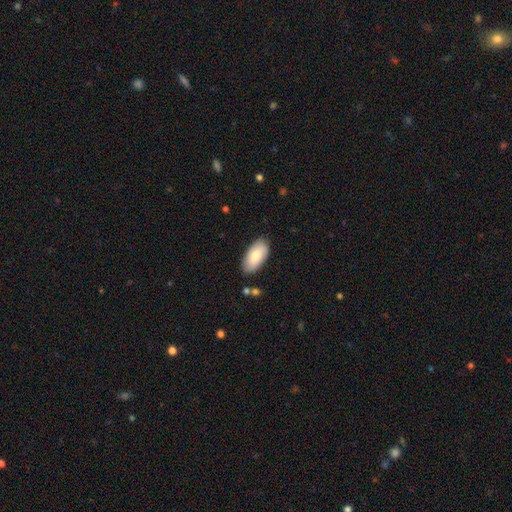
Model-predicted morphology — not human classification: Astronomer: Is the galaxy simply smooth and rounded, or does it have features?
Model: smooth — 82%.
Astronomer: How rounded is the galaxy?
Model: in between — 94%.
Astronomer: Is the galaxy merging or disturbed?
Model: none — 83%.